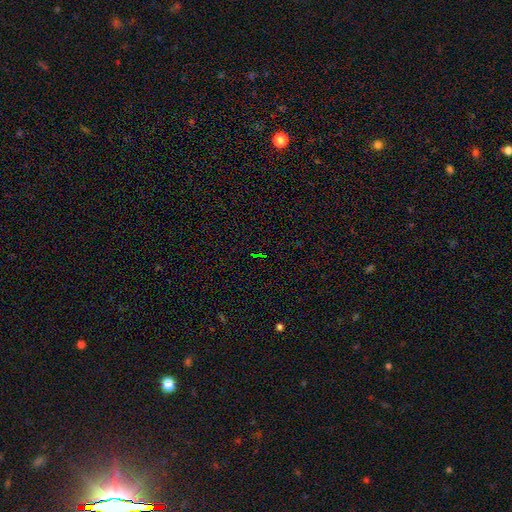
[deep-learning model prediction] Smooth or featured? star or artifact (74%)